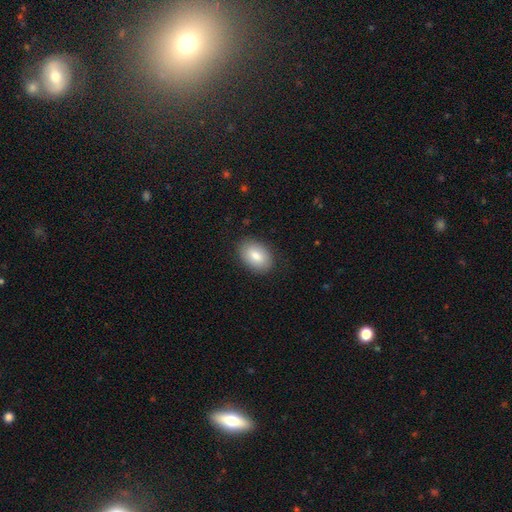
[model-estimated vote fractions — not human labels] Smooth or featured? Predicted: smooth (p=0.83). How rounded? Predicted: in between (p=0.85). Merging? Predicted: none (p=0.87).